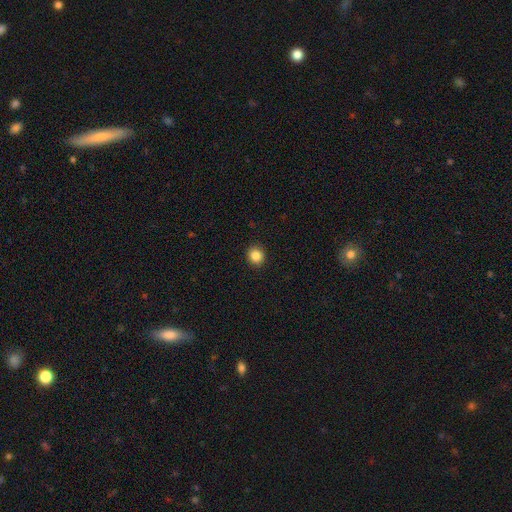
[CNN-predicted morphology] A smooth galaxy with no disk features (86%) that is round (87%). Merging: none (92%).